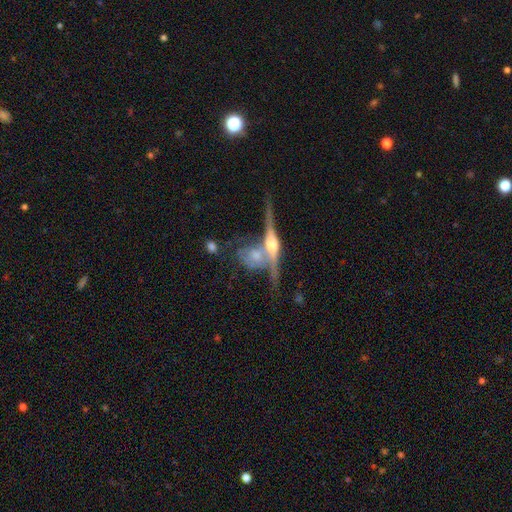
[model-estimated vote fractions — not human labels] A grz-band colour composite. It shows a featured or disk galaxy (70%) viewed edge-on (75%) with a rounded central bulge (88%). Merging: merger (45%).